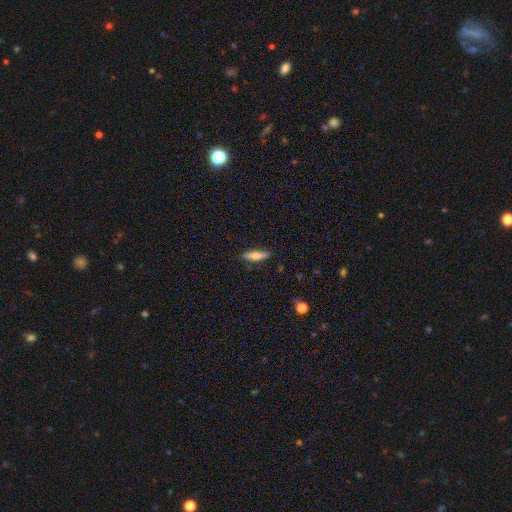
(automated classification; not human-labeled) smooth-or-featured: smooth: 66% | featured or disk: 28% | star or artifact: 6%
  how-rounded: cigar-shaped: 64% | in between: 33% | round: 2%
  merging: none: 85% | minor disturbance: 11% | major disturbance: 2% | merger: 1%